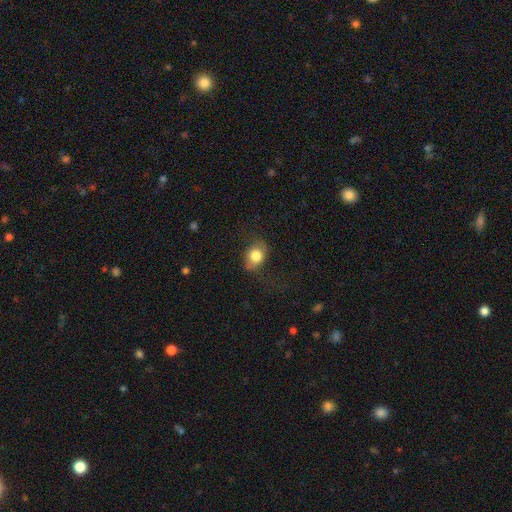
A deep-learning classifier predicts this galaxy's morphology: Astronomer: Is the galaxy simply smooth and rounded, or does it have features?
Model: smooth — 78%.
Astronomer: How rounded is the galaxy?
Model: in between — 52% (runner-up: round, 46%).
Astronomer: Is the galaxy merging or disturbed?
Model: none — 61%.